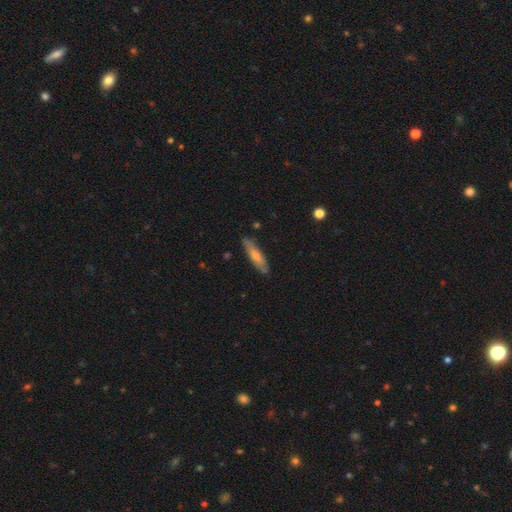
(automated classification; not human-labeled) This appears to be a smooth galaxy with no disk features (51%) that is cigar-shaped (77%). Merging: none (83%).